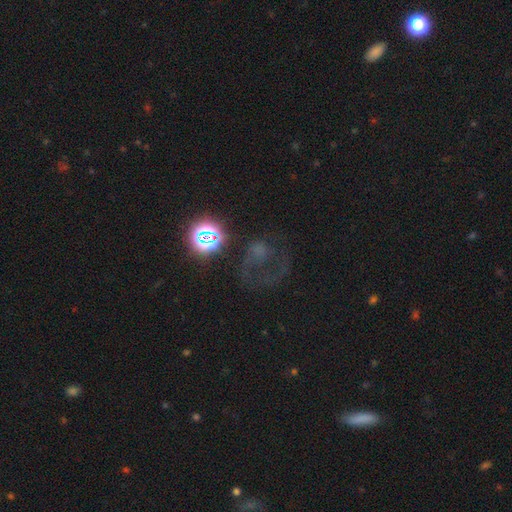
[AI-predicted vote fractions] The model was most divided on "smooth or featured": star or artifact: 44%, featured or disk: 28%, smooth: 27%.